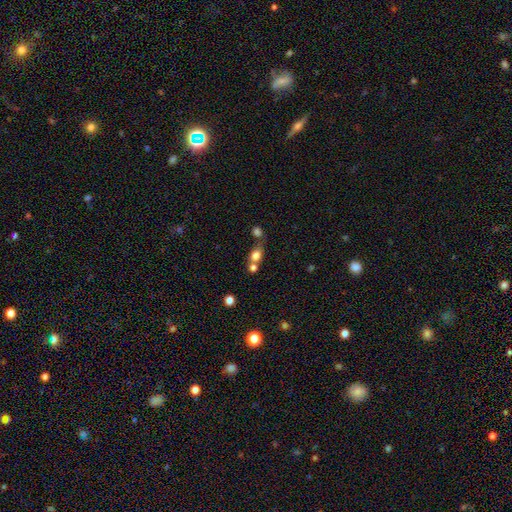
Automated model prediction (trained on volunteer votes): Smooth or featured? Predicted: smooth (p=0.77). How rounded? Predicted: in between (p=0.51). Merging? Predicted: none (p=0.44).